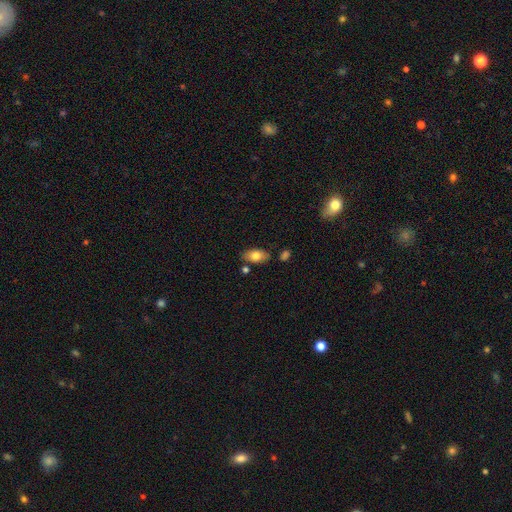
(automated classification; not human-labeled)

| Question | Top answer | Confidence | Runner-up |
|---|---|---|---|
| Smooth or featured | smooth | 78% | featured or disk (15%) |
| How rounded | in between | 92% | round (4%) |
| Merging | none | 78% | minor disturbance (13%) |